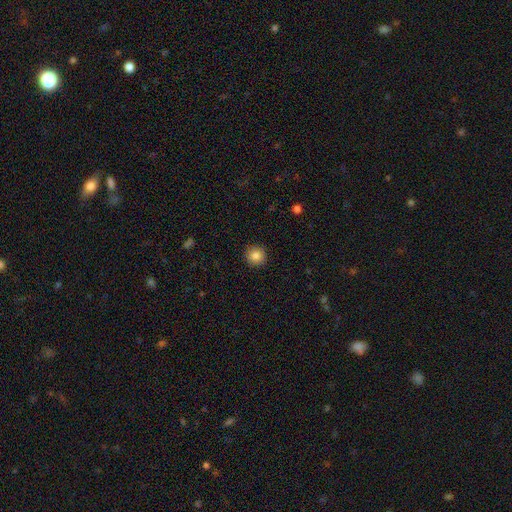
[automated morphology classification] smooth-or-featured: smooth: 85% | star or artifact: 10% | featured or disk: 6%
  how-rounded: round: 93% | in between: 6% | cigar-shaped: 1%
  merging: none: 92% | minor disturbance: 5% | major disturbance: 2% | merger: 1%